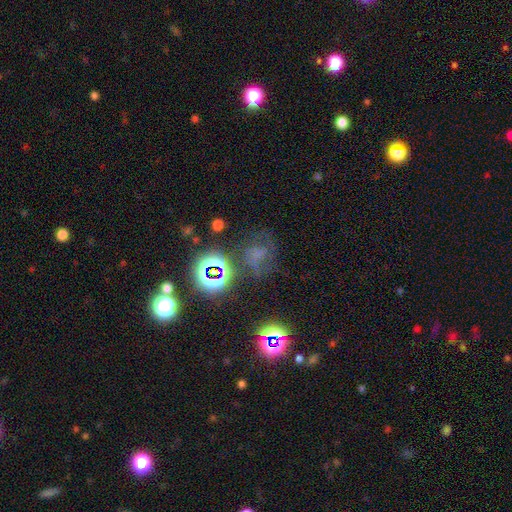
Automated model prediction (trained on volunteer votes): This is marginally a star or artifact rather than a galaxy (41%).